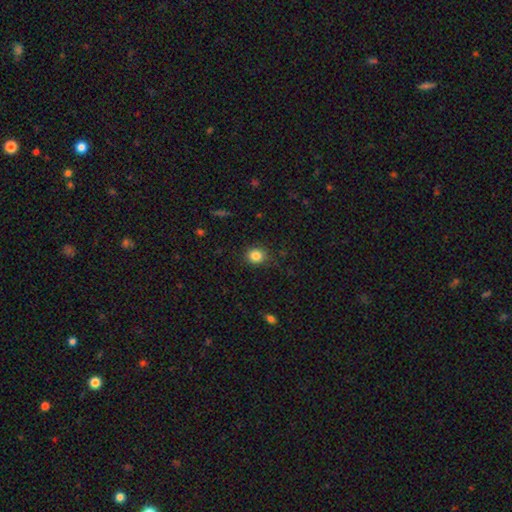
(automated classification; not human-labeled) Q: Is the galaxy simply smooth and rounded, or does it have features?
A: smooth — 84%.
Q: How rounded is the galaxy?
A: round — 82%.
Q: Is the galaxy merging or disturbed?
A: none — 85%.